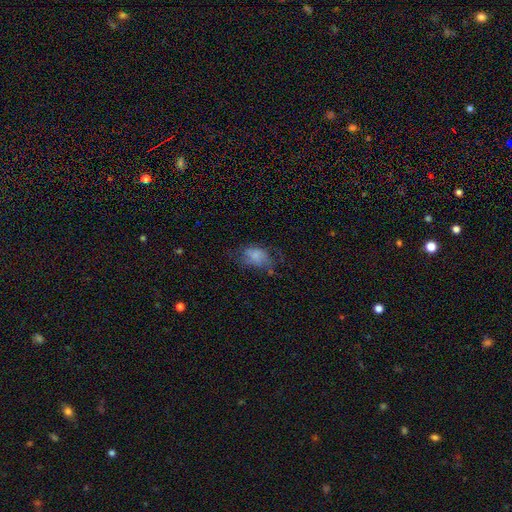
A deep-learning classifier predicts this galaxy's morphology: A smooth galaxy with no disk features (61%) that is in between round and cigar-shaped (82%). Merging: major disturbance (35%).